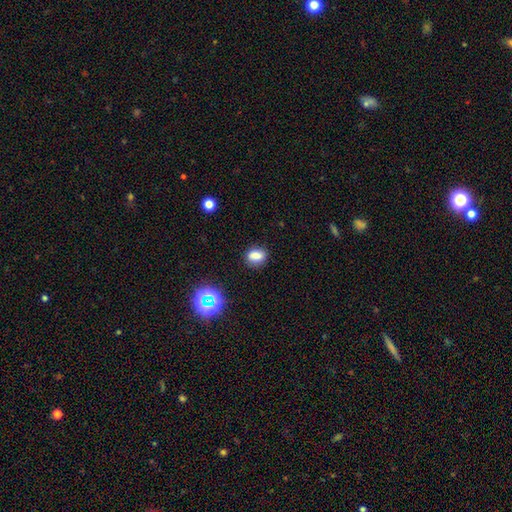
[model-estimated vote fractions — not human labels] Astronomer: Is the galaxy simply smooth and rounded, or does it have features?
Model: smooth — 79%.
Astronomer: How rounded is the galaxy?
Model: in between — 64%.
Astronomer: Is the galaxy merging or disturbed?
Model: none — 83%.